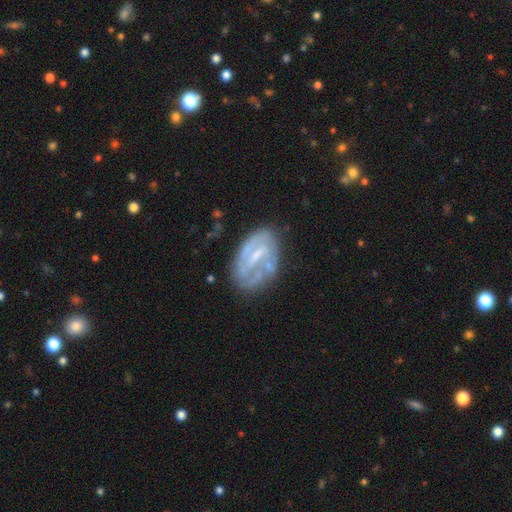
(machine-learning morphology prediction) This appears to be a featured or disk galaxy (75%) with a weak bar (45%), spiral arms (68%) and a small central bulge (47%). Merging: none (58%).